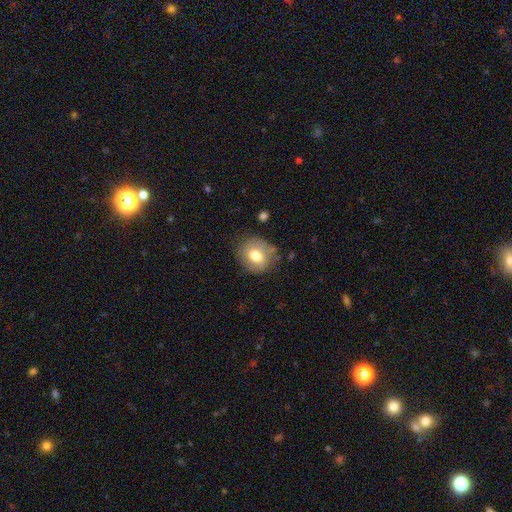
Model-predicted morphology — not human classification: smooth-or-featured: smooth: 72% | featured or disk: 19% | star or artifact: 9%
  how-rounded: round: 71% | in between: 28% | cigar-shaped: 1%
  merging: none: 78% | minor disturbance: 15% | major disturbance: 5% | merger: 2%